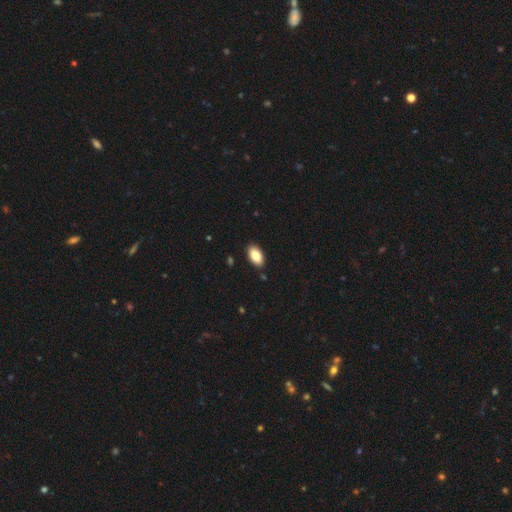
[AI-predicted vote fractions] smooth 86%, star or artifact 7%, featured or disk 7%. Down the decision tree: how rounded — in between (94%); merging — none (88%).